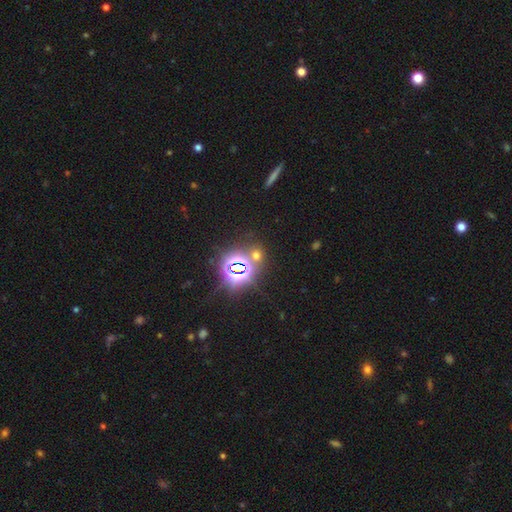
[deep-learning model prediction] Smooth or featured?
  - star or artifact: 60% *
  - smooth: 32%
  - featured or disk: 8%